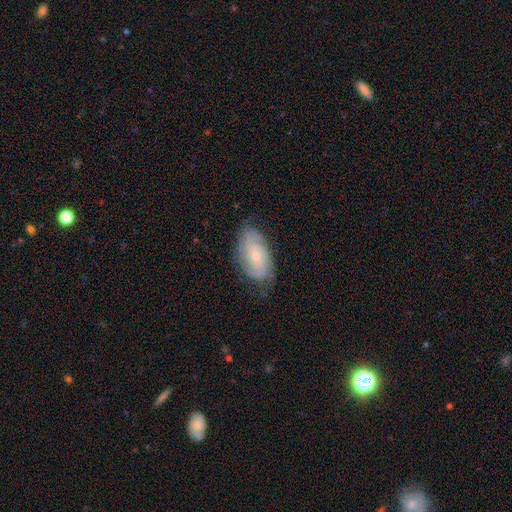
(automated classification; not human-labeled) Smooth or featured? Predicted: featured or disk (p=0.79). Edge-on disk? Predicted: no (p=0.96). Bar? Predicted: no (p=0.70). Spiral arms? Predicted: yes (p=0.95). Spiral winding? Predicted: tight (p=0.69). Spiral arm count? Predicted: 2 (p=0.35). Bulge size? Predicted: small (p=0.69). Merging? Predicted: none (p=0.74).